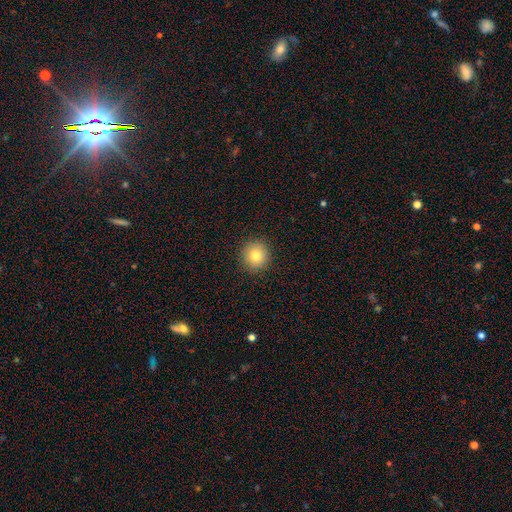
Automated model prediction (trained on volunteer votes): smooth_or_featured: smooth (p=0.81) [alt: star or artifact p=0.11]
how_rounded: round (p=0.91) [alt: in between p=0.08]
merging: none (p=0.91) [alt: minor disturbance p=0.06]